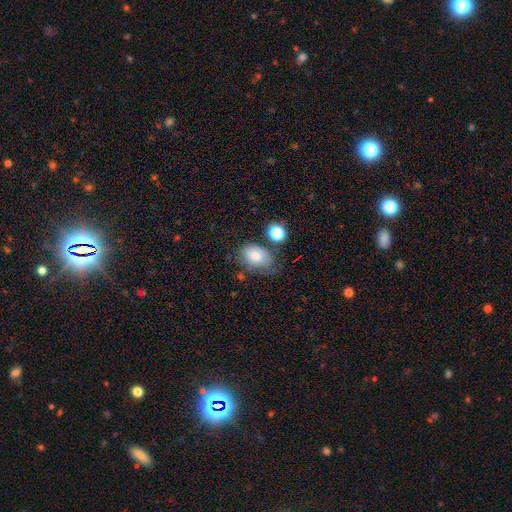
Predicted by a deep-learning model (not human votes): Morphology: type=smooth (79%); roundness=in between (83%); merging=none (56%).